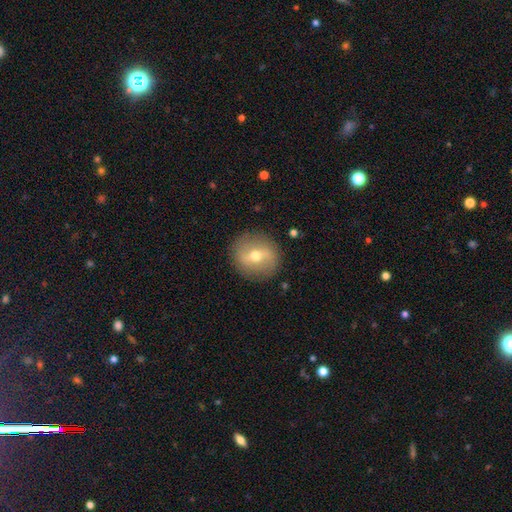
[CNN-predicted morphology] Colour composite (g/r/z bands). It shows a featured or disk galaxy (52%). Merging: none (88%).